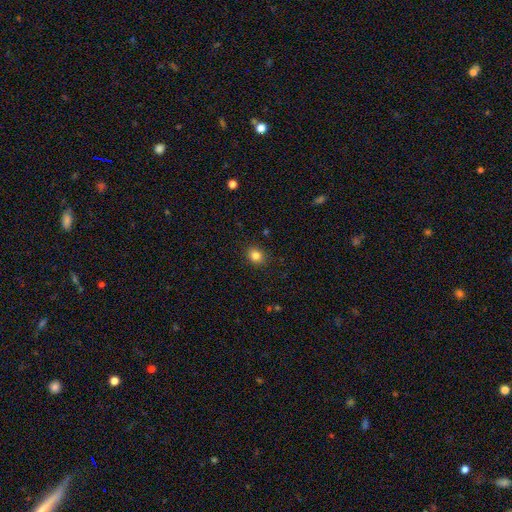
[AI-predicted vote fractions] A smooth galaxy with no disk features (83%) that is round (65%). Merging: none (89%).